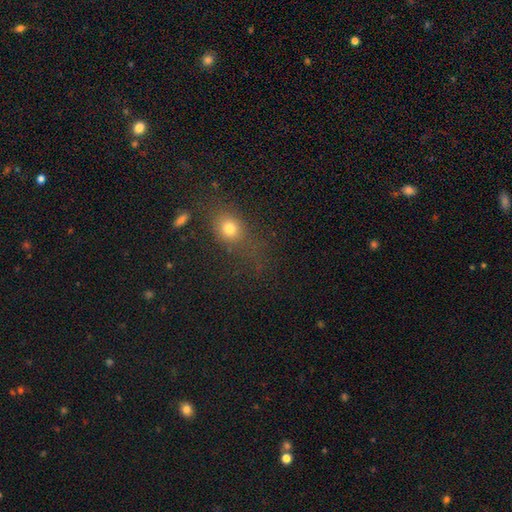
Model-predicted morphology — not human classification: Smooth or featured: smooth — 58% (star or artifact — 30%)
How rounded: round — 55% (in between — 39%)
Merging: none — 68% (minor disturbance — 18%)